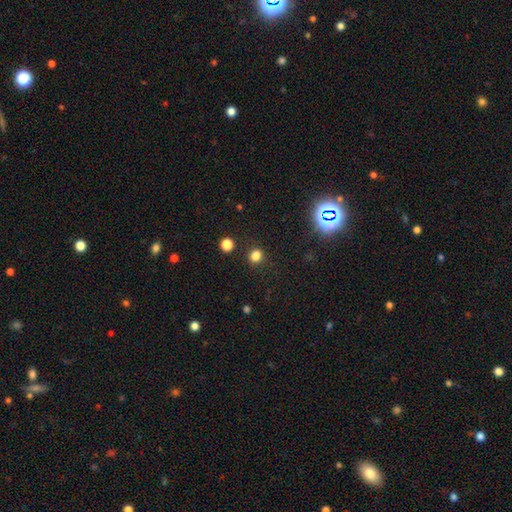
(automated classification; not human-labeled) This is likely a smooth galaxy (79%). How rounded: likely round (78%). Merging: clearly none (87%).